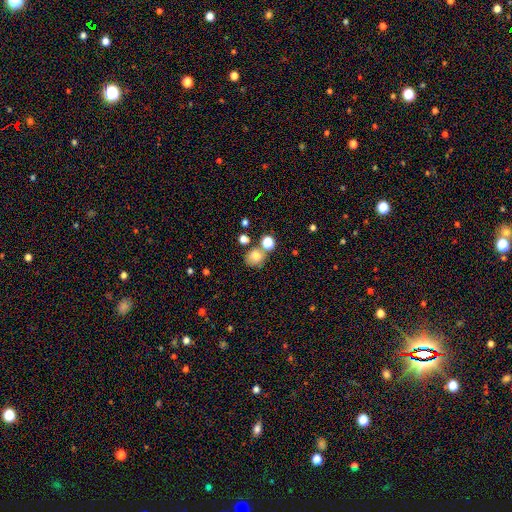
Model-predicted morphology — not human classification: A smooth galaxy with no disk features (73%) that is round (68%). Merging: none (55%).